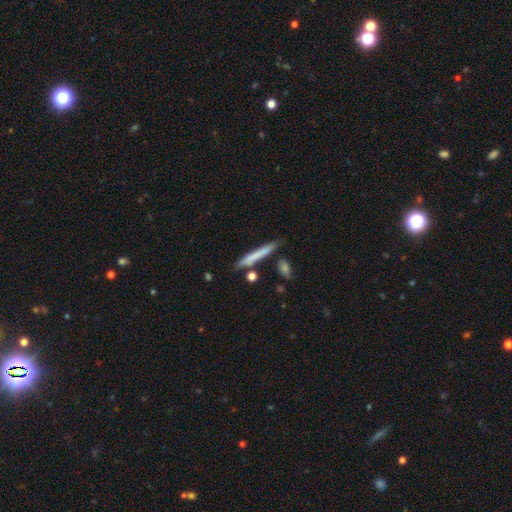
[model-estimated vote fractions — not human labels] Q: Smooth or featured?
A: smooth (68%); runner-up: featured or disk (26%)
Q: How rounded?
A: cigar-shaped (94%); runner-up: in between (4%)
Q: Merging?
A: none (76%); runner-up: minor disturbance (14%)